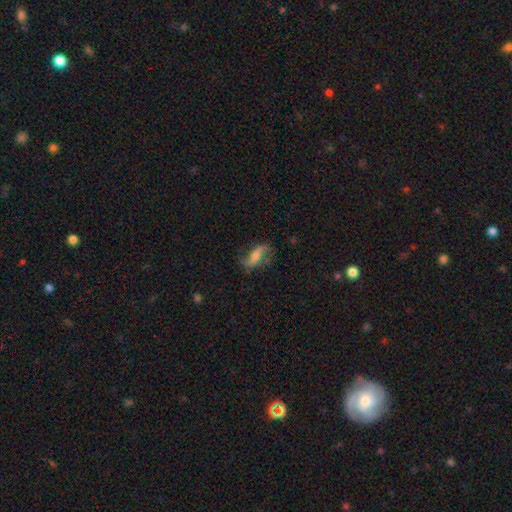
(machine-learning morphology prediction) smooth-or-featured: featured or disk: 66% | smooth: 25% | star or artifact: 8%
  disk-edge-on: no: 90% | yes: 10%
    bar: no: 38% | weak: 34% | strong: 28%
    has-spiral-arms: yes: 90% | no: 10%
      spiral-winding: loose: 79% | medium: 16% | tight: 5%
      spiral-arm-count: 2: 89% | can't tell: 4% | 1: 4% | 3: 1% | 4: 1% | more than 4: 1%
    bulge-size: small: 44% | moderate: 37% | none: 11% | large: 6% | dominant: 2%
  merging: none: 68% | minor disturbance: 20% | major disturbance: 11% | merger: 2%